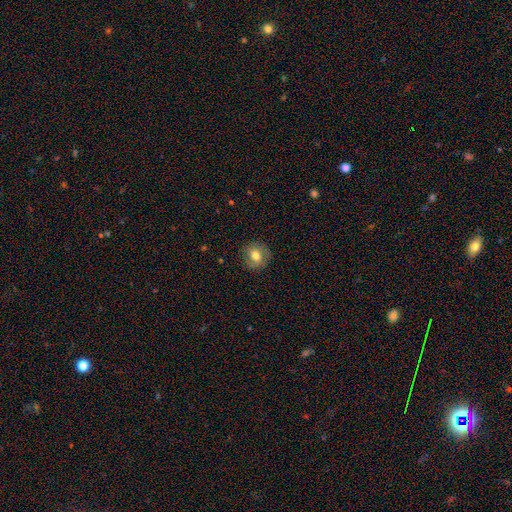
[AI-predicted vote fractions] Smooth or featured?
  - smooth: 71% *
  - featured or disk: 20%
  - star or artifact: 9%
How rounded?
  - round: 86% *
  - in between: 13%
  - cigar-shaped: 1%
Merging?
  - none: 87% *
  - minor disturbance: 9%
  - major disturbance: 3%
  - merger: 1%